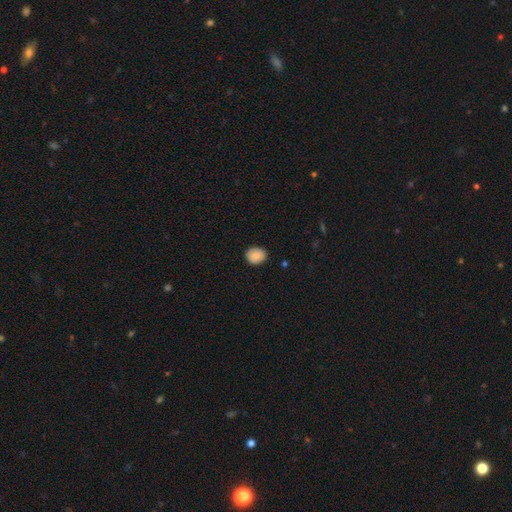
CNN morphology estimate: A smooth galaxy with no disk features (87%) that is round (56%).

Vote fractions:
- Smooth or featured? smooth: 87% / star or artifact: 8% / featured or disk: 5%
- How rounded? round: 56% / in between: 43% / cigar-shaped: 1%
- Merging? none: 85% / minor disturbance: 12% / major disturbance: 2% / merger: 1%